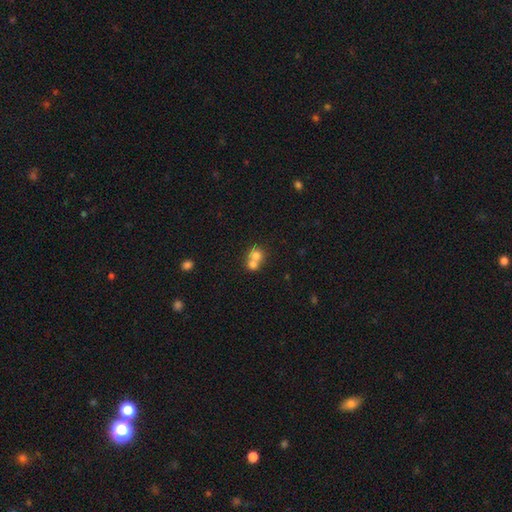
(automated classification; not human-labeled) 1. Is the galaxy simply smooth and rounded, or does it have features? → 73% smooth, 16% featured or disk, 10% star or artifact.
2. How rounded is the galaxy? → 80% round, 19% in between, 1% cigar-shaped.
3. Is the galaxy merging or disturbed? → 67% merger, 27% none, 4% minor disturbance, 2% major disturbance.